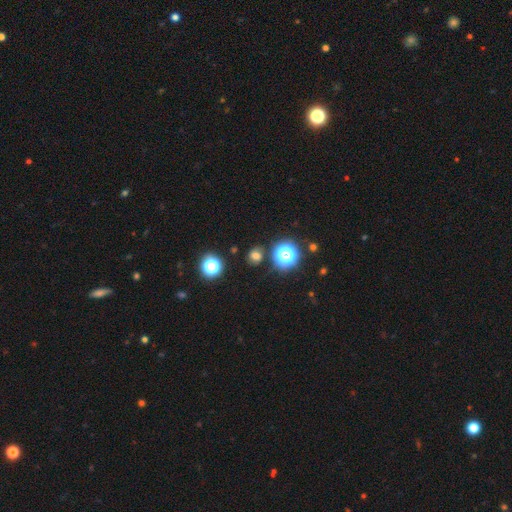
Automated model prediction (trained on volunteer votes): A smooth galaxy with no disk features (66%) that is round (76%). Merging: none (82%).